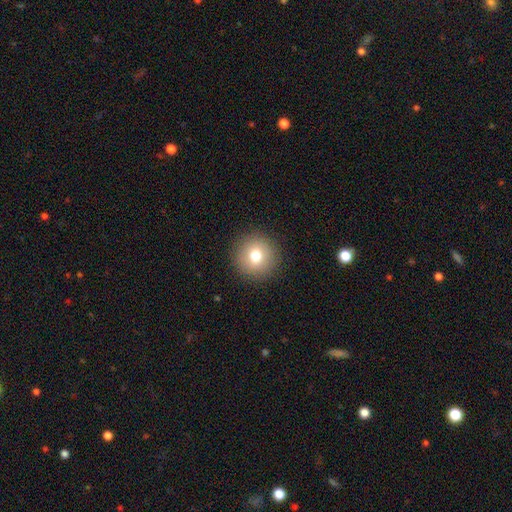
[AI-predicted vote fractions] Smooth or featured? smooth (77%)
How rounded? round (95%)
Merging? none (91%)